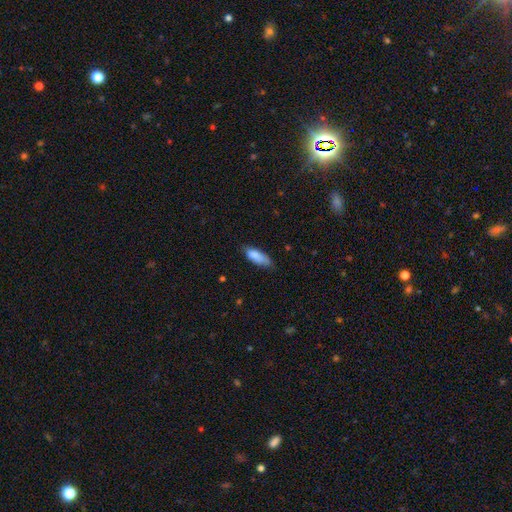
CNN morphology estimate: Smooth or featured? smooth (85%)
How rounded? in between (69%)
Merging? none (63%)